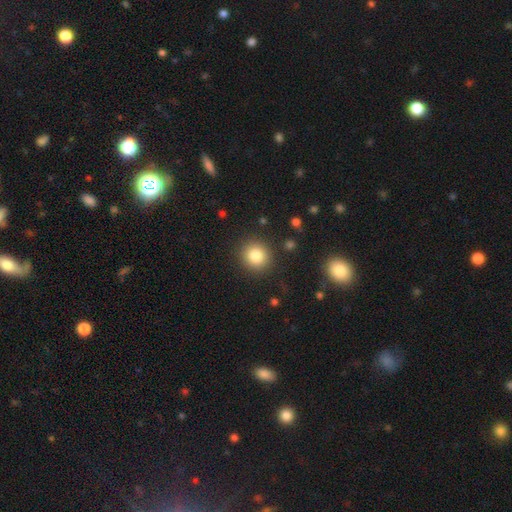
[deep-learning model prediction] Q: Smooth or featured?
A: smooth (83%); runner-up: star or artifact (10%)
Q: How rounded?
A: round (90%); runner-up: in between (9%)
Q: Merging?
A: none (89%); runner-up: minor disturbance (7%)